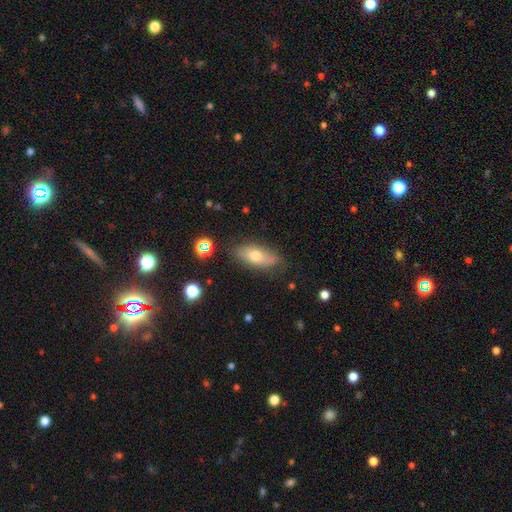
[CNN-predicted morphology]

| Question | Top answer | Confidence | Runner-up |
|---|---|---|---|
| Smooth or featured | smooth | 66% | featured or disk (26%) |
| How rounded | in between | 78% | cigar-shaped (18%) |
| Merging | none | 77% | minor disturbance (17%) |